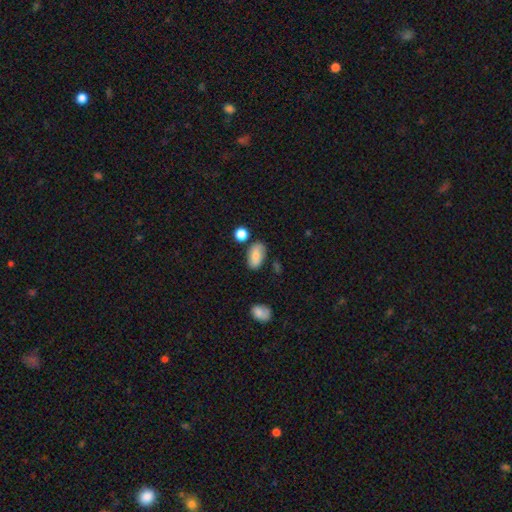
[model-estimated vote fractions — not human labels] The model was most divided on "merging": none: 76%, minor disturbance: 15%, merger: 5%, major disturbance: 3%. More confident: how rounded — in between (92%); smooth or featured — smooth (77%).